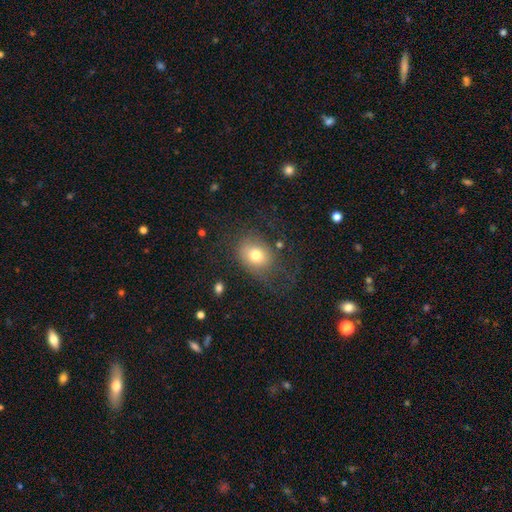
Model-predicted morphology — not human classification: A smooth galaxy with no disk features (73%) that is in between round and cigar-shaped (52%).

Vote fractions:
- Smooth or featured? smooth: 73% / featured or disk: 16% / star or artifact: 11%
- How rounded? in between: 52% / round: 47% / cigar-shaped: 1%
- Merging? none: 57% / minor disturbance: 21% / major disturbance: 20% / merger: 3%